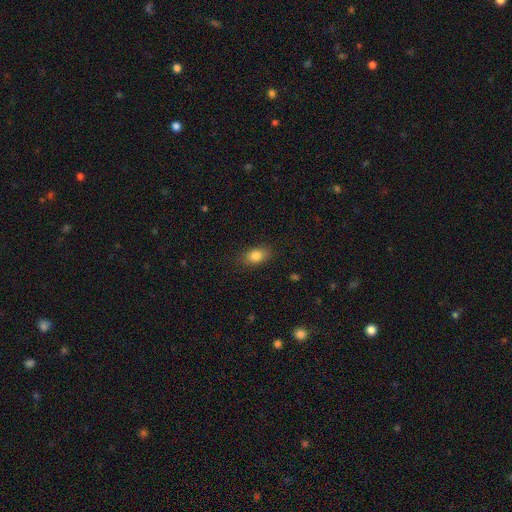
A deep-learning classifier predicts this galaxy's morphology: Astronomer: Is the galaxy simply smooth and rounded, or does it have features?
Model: smooth — 83%.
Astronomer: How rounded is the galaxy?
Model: in between — 82%.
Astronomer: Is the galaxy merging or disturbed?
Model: none — 83%.